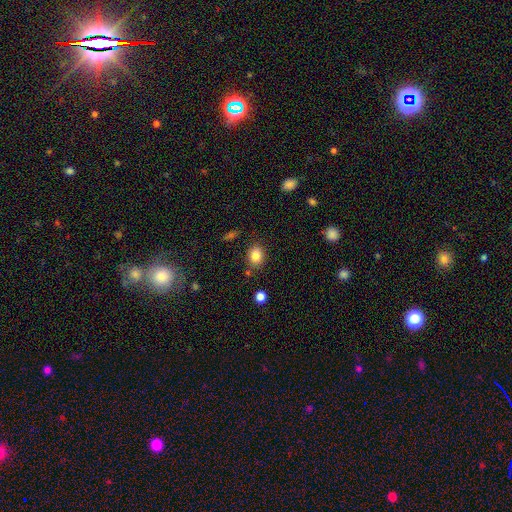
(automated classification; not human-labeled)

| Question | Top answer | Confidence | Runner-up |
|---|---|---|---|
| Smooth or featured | smooth | 83% | star or artifact (10%) |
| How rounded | round | 52% | in between (47%) |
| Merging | none | 81% | minor disturbance (12%) |